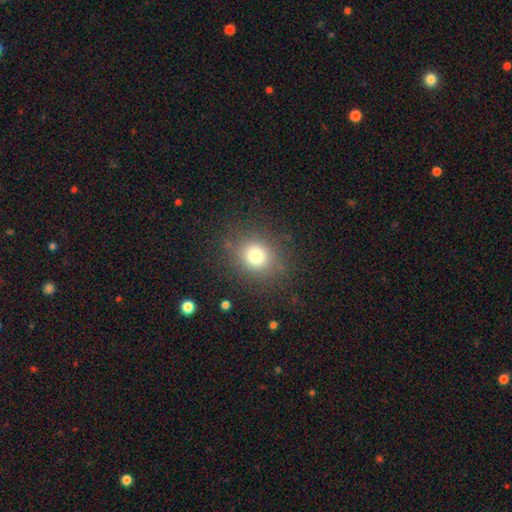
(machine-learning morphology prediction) Smooth or featured: smooth — 75% (star or artifact — 15%)
How rounded: round — 75% (in between — 24%)
Merging: none — 83% (minor disturbance — 10%)